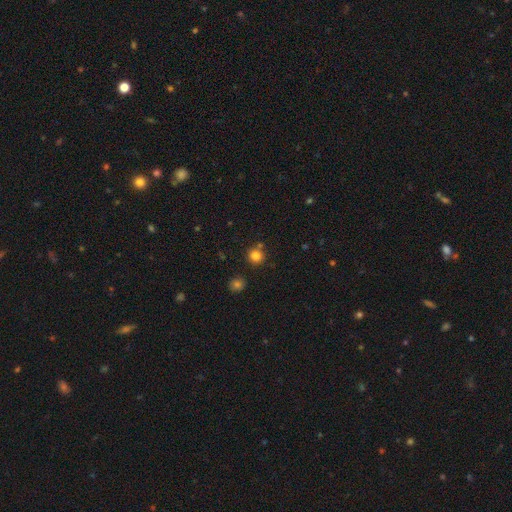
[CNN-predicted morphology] This appears to be a smooth galaxy with no disk features (82%) that is round (92%). Merging: none (80%).